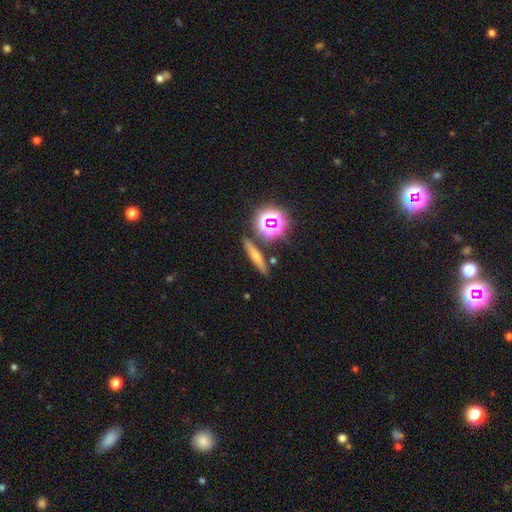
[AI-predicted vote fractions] Smooth or featured?
  - smooth: 49% *
  - featured or disk: 31%
  - star or artifact: 20%
Merging?
  - none: 84% *
  - minor disturbance: 9%
  - merger: 5%
  - major disturbance: 3%